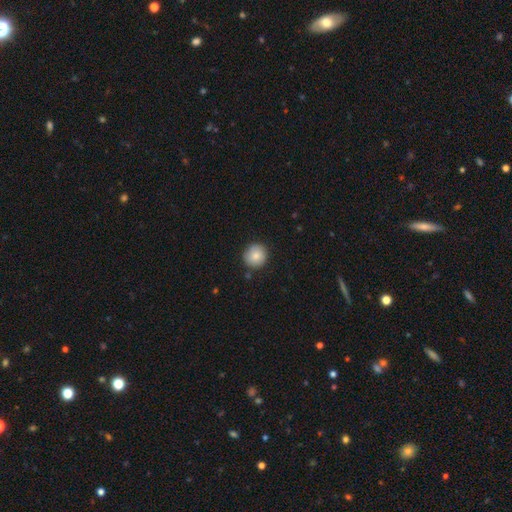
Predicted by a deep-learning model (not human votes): The model was most divided on "smooth or featured": smooth: 85%, star or artifact: 8%, featured or disk: 8%. More confident: how rounded — round (93%); merging — none (87%).